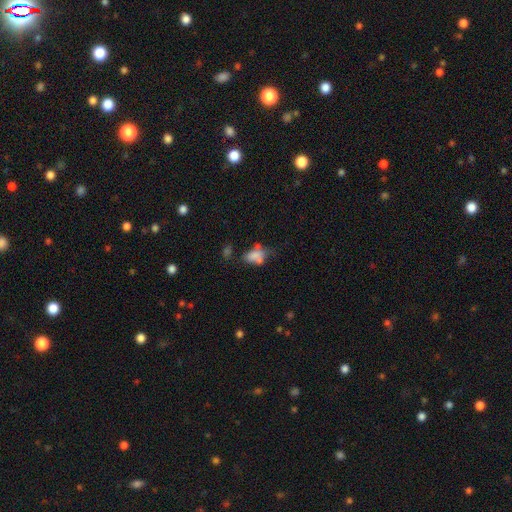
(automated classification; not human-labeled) A smooth galaxy with no disk features (68%) that is in between round and cigar-shaped (83%). Merging: none (32%).